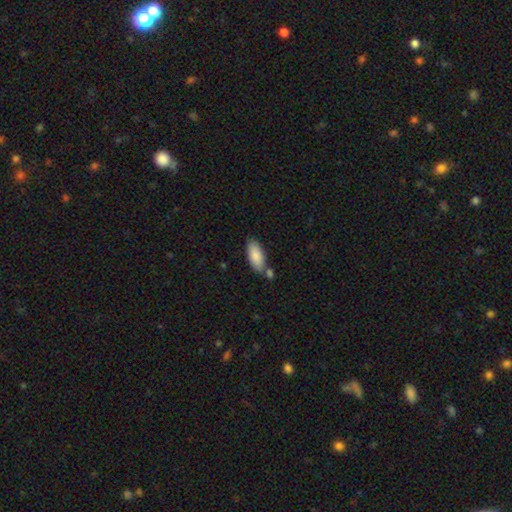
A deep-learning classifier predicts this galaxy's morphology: A smooth galaxy with no disk features (86%) that is in between round and cigar-shaped (85%).

Vote fractions:
- Smooth or featured? smooth: 86% / featured or disk: 8% / star or artifact: 6%
- How rounded? in between: 85% / cigar-shaped: 13% / round: 2%
- Merging? none: 66% / merger: 16% / minor disturbance: 15% / major disturbance: 3%